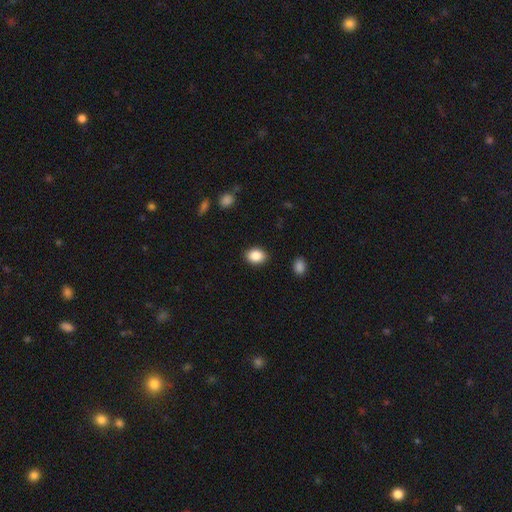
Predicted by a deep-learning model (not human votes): This appears to be a smooth galaxy with no disk features (87%) that is in between round and cigar-shaped (65%). Merging: none (89%).